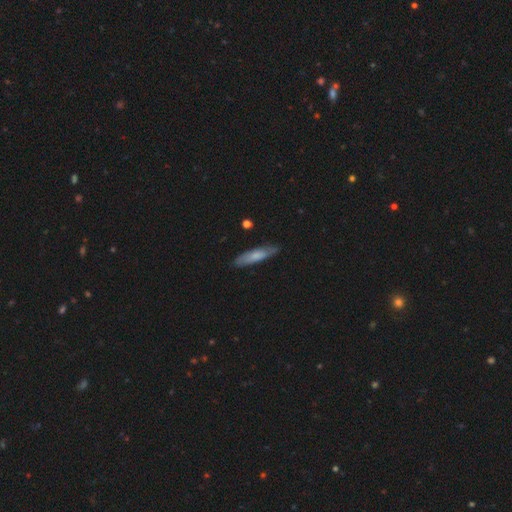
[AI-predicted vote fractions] Morphology: type=smooth (67%); roundness=cigar-shaped (77%); merging=none (81%).